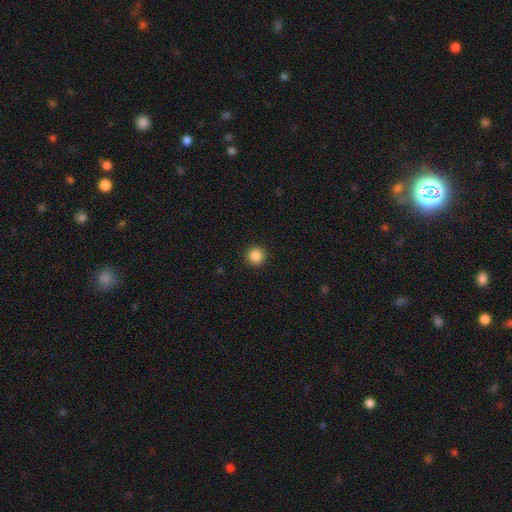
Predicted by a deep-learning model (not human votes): This appears to be a smooth galaxy with no disk features (86%) that is round (96%). Merging: none (93%).